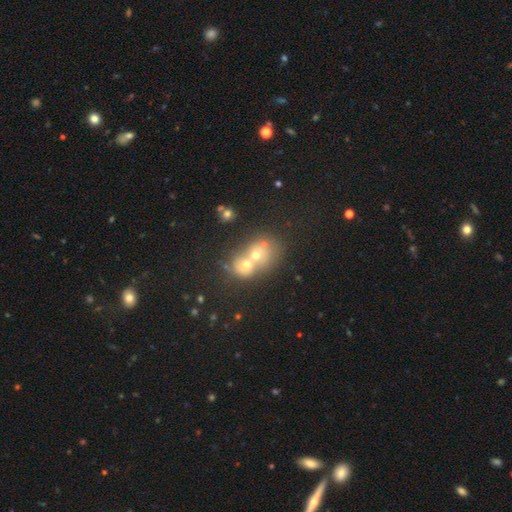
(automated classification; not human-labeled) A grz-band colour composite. It shows a smooth galaxy with no disk features (52%) that is round (57%). Merging: merger (70%).